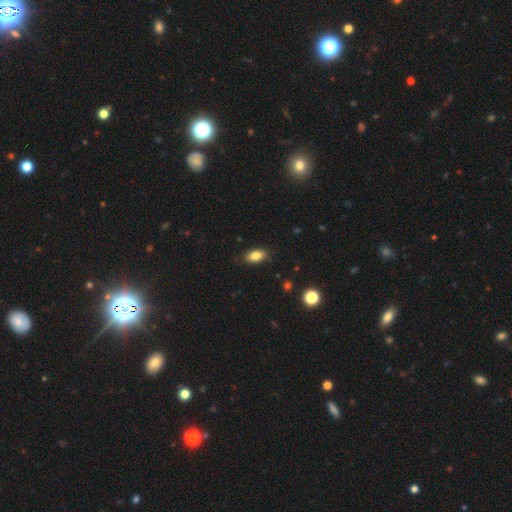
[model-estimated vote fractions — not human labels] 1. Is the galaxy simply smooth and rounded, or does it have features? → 84% smooth, 9% star or artifact, 8% featured or disk.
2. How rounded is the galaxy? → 90% in between, 6% round, 4% cigar-shaped.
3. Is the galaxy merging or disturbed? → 85% none, 11% minor disturbance, 2% major disturbance, 1% merger.